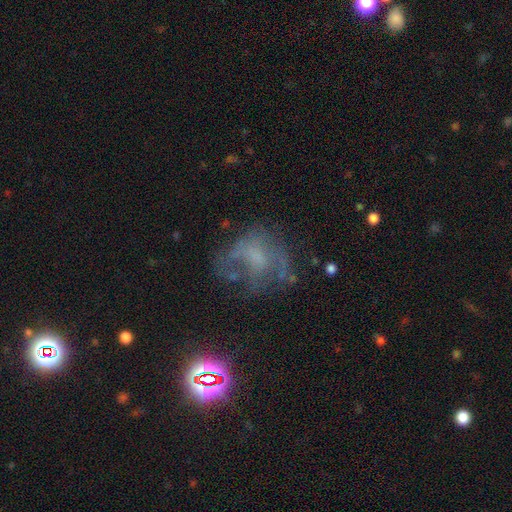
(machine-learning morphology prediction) This appears to be a featured or disk galaxy (50%). Merging: none (44%).